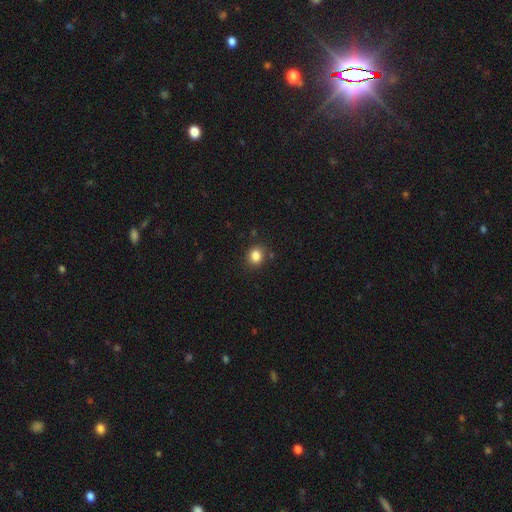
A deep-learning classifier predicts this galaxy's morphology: Overall: smooth (85%). How rounded: round (71%). Merging: none (84%).